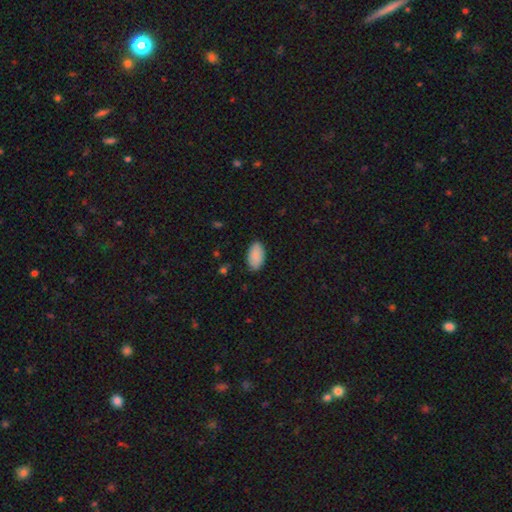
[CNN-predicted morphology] smooth 90%, star or artifact 6%, featured or disk 4%. Down the decision tree: how rounded — in between (95%); merging — none (87%).